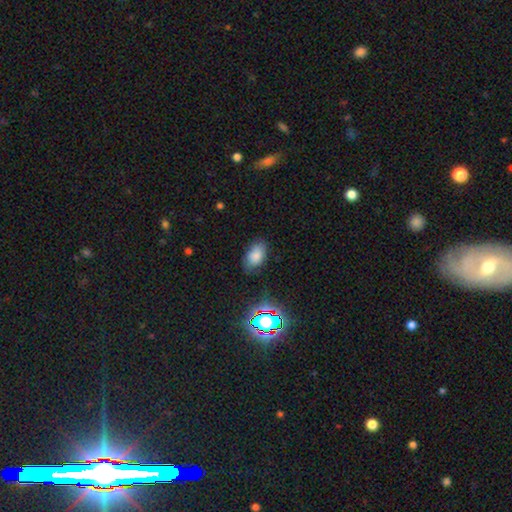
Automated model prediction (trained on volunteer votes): This is likely a smooth galaxy (76%). How rounded: clearly in between (91%). Merging: likely none (75%).